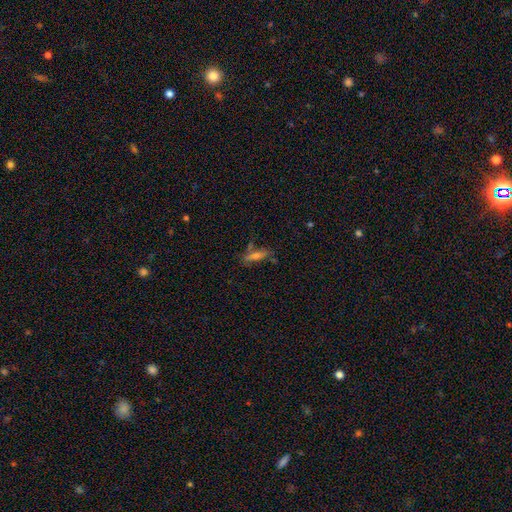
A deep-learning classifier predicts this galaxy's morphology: Smooth or featured?
  - smooth: 45% *
  - featured or disk: 41%
  - star or artifact: 13%
Merging?
  - none: 67% *
  - minor disturbance: 18%
  - merger: 8%
  - major disturbance: 7%